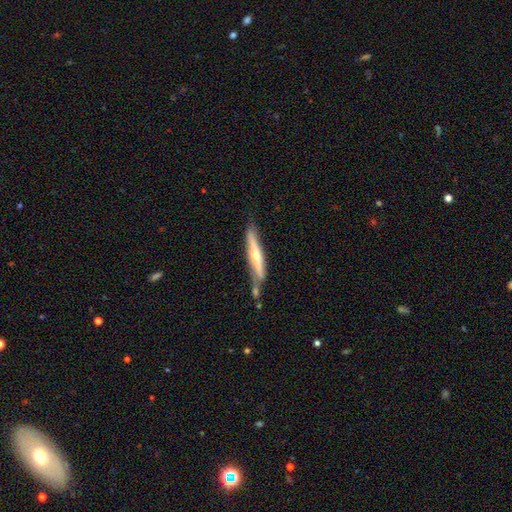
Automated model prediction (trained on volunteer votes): Smooth or featured?
  - featured or disk: 64% *
  - smooth: 30%
  - star or artifact: 5%
Edge-on disk?
  - yes: 89% *
  - no: 11%
Edge-on bulge?
  - rounded: 83% *
  - none: 13%
  - boxy: 5%
Merging?
  - none: 57% *
  - minor disturbance: 22%
  - merger: 15%
  - major disturbance: 6%